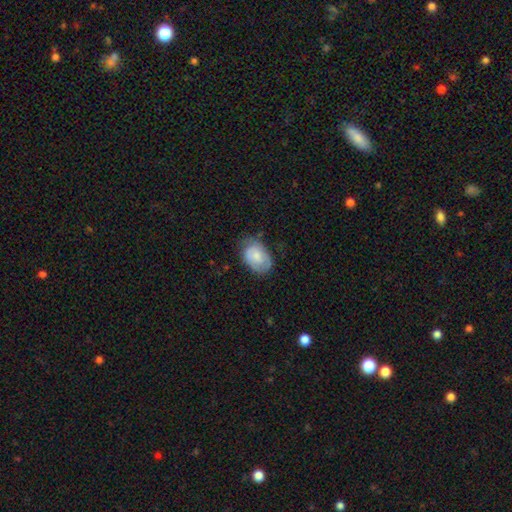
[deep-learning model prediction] Smooth or featured: smooth — 63% (featured or disk — 30%)
How rounded: in between — 83% (round — 16%)
Merging: none — 58% (minor disturbance — 31%)